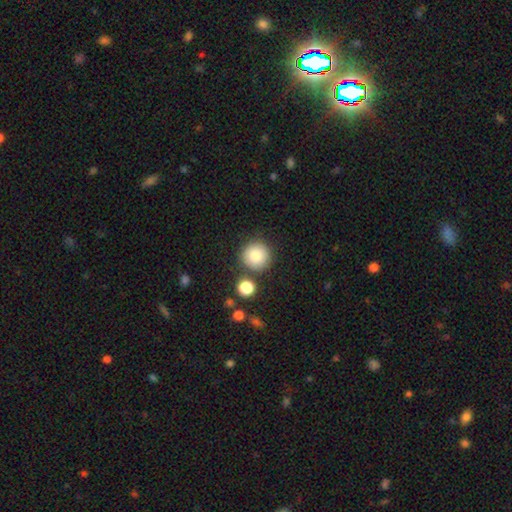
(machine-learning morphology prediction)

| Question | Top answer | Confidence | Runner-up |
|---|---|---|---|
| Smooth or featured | smooth | 85% | star or artifact (9%) |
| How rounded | round | 95% | in between (4%) |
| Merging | none | 81% | minor disturbance (9%) |